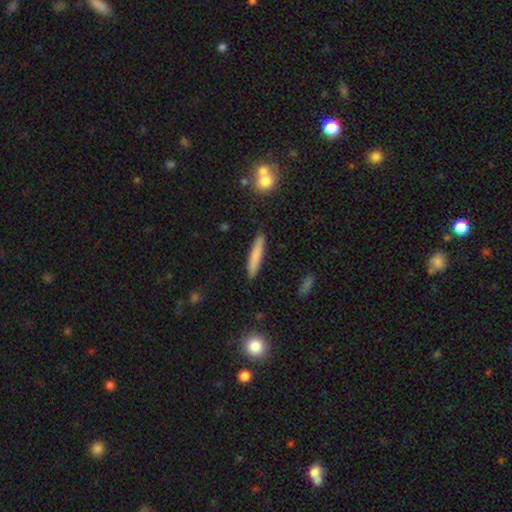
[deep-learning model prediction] Morphology: type=smooth (78%); roundness=cigar-shaped (92%); merging=none (89%).